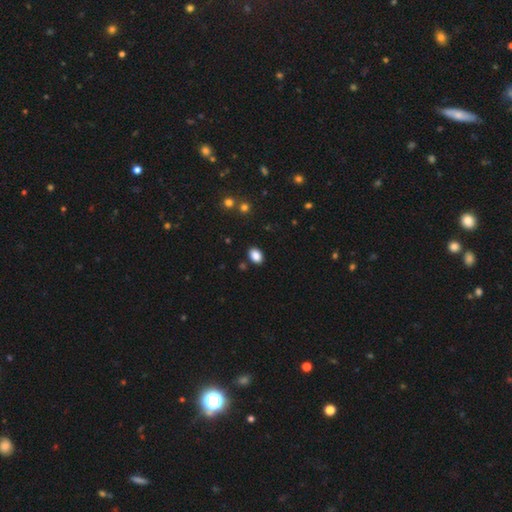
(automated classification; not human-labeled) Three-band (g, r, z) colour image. It shows a smooth galaxy with no disk features (88%) that is in between round and cigar-shaped (81%). Merging: none (88%).